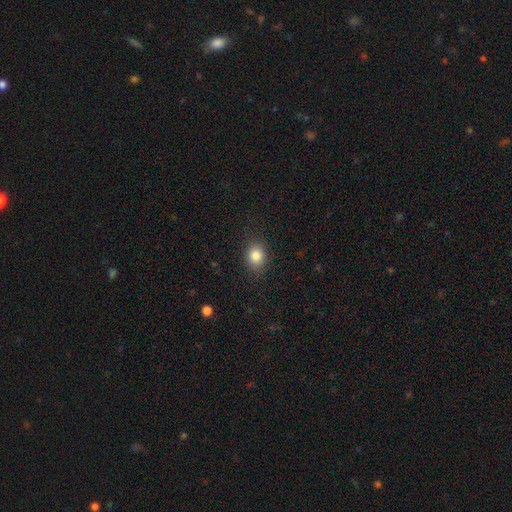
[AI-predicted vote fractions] smooth-or-featured: smooth: 84% | star or artifact: 10% | featured or disk: 6%
  how-rounded: round: 59% | in between: 40% | cigar-shaped: 1%
  merging: none: 86% | minor disturbance: 10% | major disturbance: 3% | merger: 1%